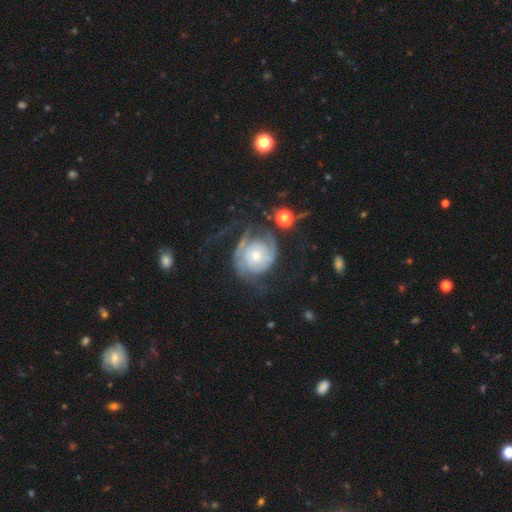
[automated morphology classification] Smooth or featured? Predicted: featured or disk (p=0.81). Edge-on disk? Predicted: no (p=0.98). Bar? Predicted: no (p=0.75). Spiral arms? Predicted: yes (p=0.92). Spiral winding? Predicted: tight (p=0.53). Spiral arm count? Predicted: 2 (p=0.37). Bulge size? Predicted: small (p=0.48). Merging? Predicted: none (p=0.46).